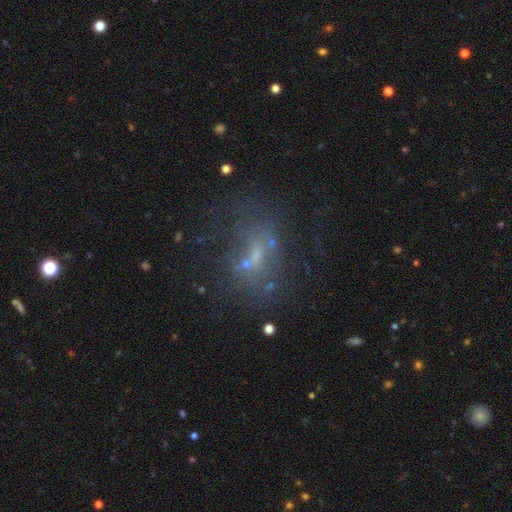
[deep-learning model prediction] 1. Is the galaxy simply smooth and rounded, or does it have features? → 48% featured or disk, 27% smooth, 25% star or artifact.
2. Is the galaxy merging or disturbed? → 46% none, 25% major disturbance, 17% minor disturbance, 12% merger.